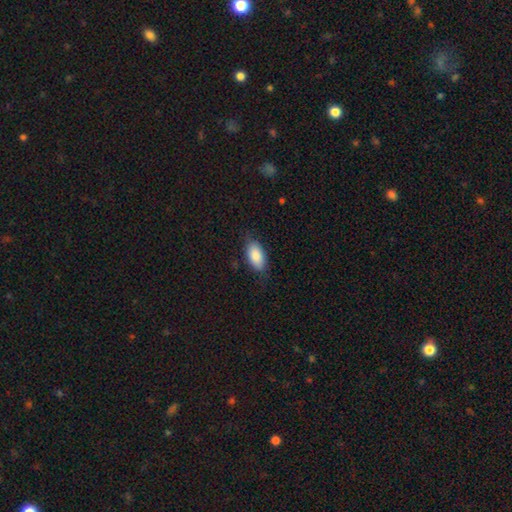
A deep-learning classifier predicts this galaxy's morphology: smooth 87%, featured or disk 7%, star or artifact 6%. Down the decision tree: how rounded — in between (93%); merging — none (79%).